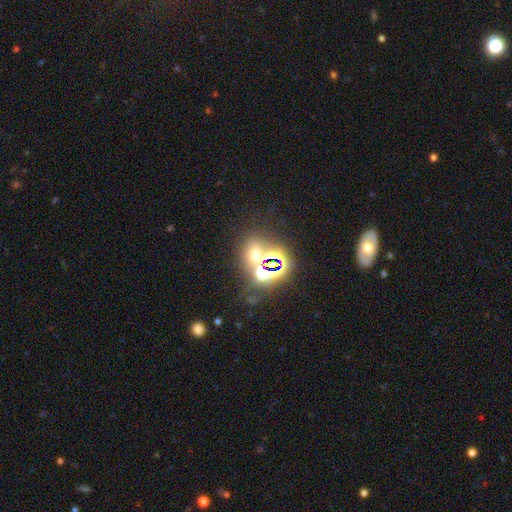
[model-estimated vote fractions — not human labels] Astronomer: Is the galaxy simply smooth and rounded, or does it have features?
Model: star or artifact — 47% (runner-up: smooth, 42%).